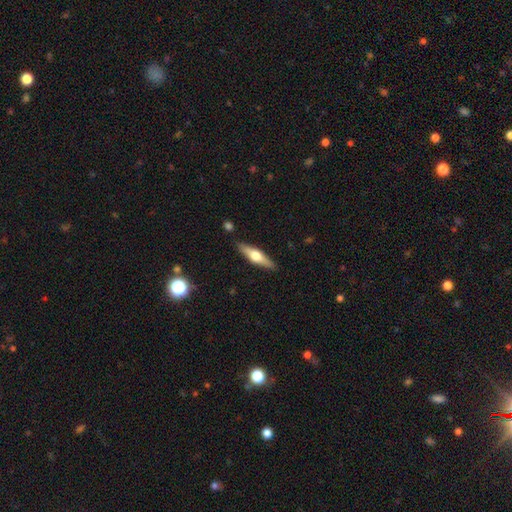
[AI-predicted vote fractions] Smooth or featured?
  - featured or disk: 58% *
  - smooth: 37%
  - star or artifact: 6%
Edge-on disk?
  - yes: 94% *
  - no: 6%
Edge-on bulge?
  - rounded: 94% *
  - boxy: 4%
  - none: 2%
Merging?
  - none: 88% *
  - minor disturbance: 8%
  - merger: 2%
  - major disturbance: 2%